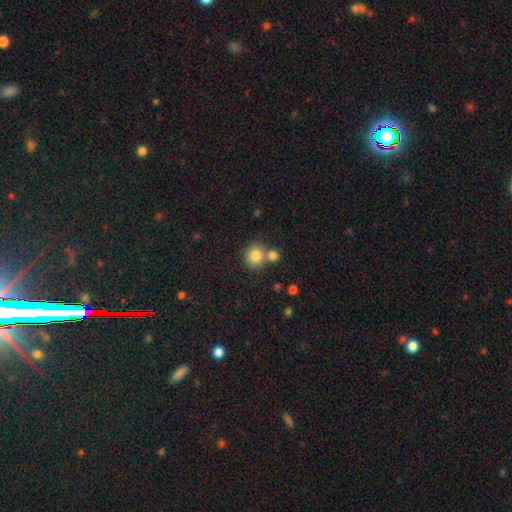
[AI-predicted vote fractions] Overall: smooth (83%). How rounded: round (86%). Merging: none (57%; merger 32%).